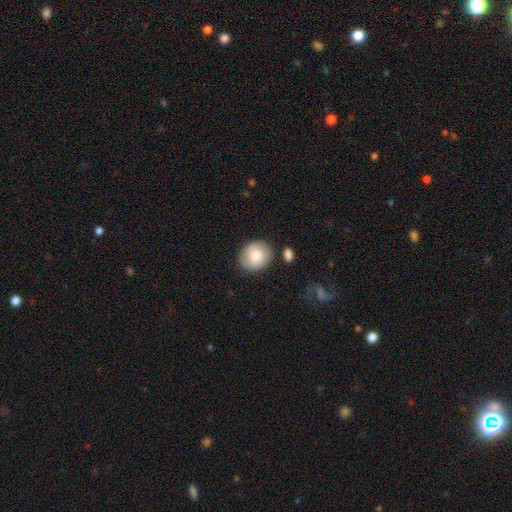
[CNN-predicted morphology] A smooth galaxy with no disk features (81%) that is round (70%).

Vote fractions:
- Smooth or featured? smooth: 81% / featured or disk: 12% / star or artifact: 7%
- How rounded? round: 70% / in between: 29% / cigar-shaped: 1%
- Merging? none: 77% / minor disturbance: 15% / merger: 5% / major disturbance: 4%